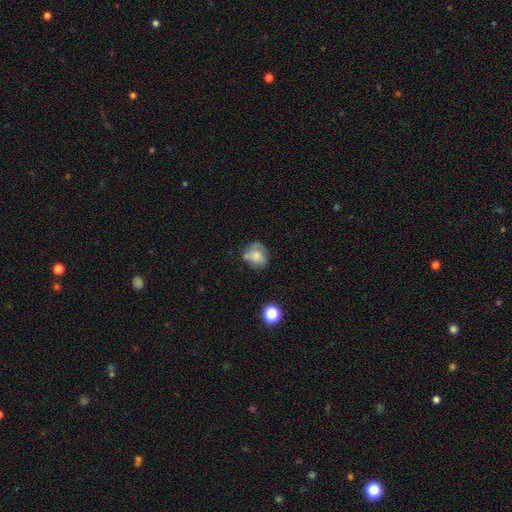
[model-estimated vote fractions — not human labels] A smooth galaxy with no disk features (66%) that is round (60%).

Vote fractions:
- Smooth or featured? smooth: 66% / featured or disk: 23% / star or artifact: 11%
- How rounded? round: 60% / in between: 39% / cigar-shaped: 1%
- Merging? none: 48% / minor disturbance: 29% / major disturbance: 14% / merger: 9%